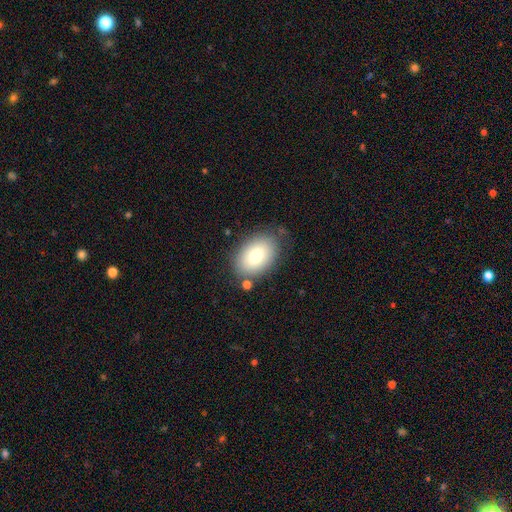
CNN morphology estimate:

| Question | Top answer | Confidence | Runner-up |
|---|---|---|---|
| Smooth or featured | smooth | 75% | featured or disk (17%) |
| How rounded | in between | 84% | round (15%) |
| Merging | none | 77% | minor disturbance (15%) |